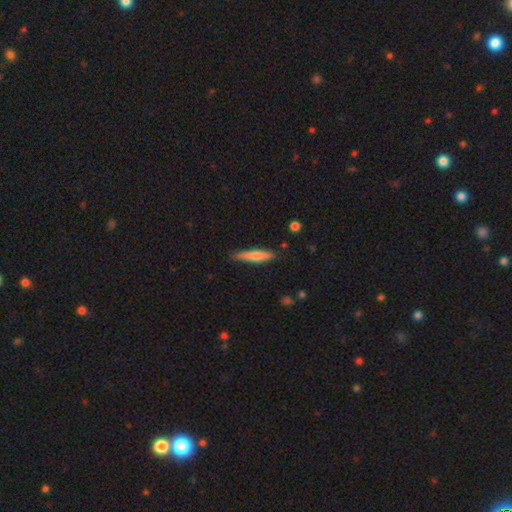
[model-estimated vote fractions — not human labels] Overall: smooth (71%). How rounded: cigar-shaped (90%). Merging: none (85%).